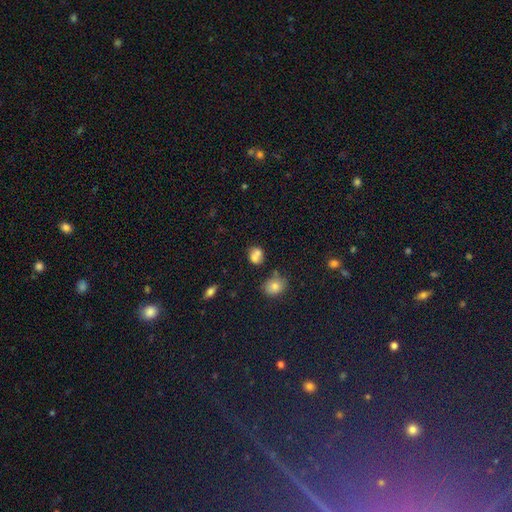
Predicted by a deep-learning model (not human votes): This is likely a smooth galaxy (73%). How rounded: likely round (60%). Merging: possibly merger (49%).